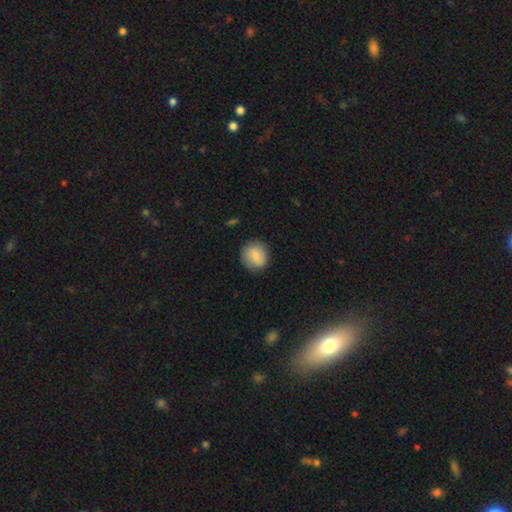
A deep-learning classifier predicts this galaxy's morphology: This is likely a smooth galaxy (79%). How rounded: clearly round (87%). Merging: clearly none (84%).